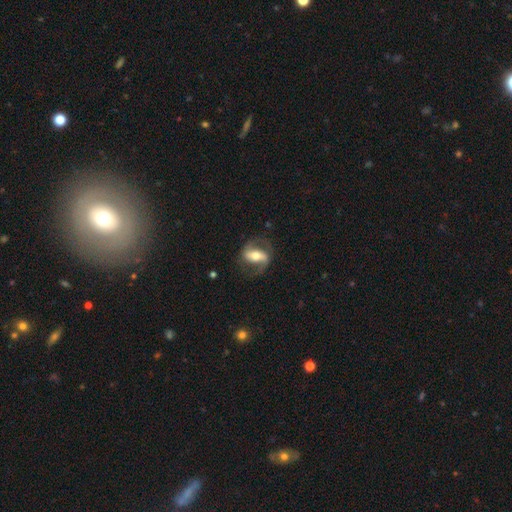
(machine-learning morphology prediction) A featured or disk galaxy (72%) with a strong bar (59%), 2 (86%) medium (45%) spiral arms (82%) and a moderate central bulge (65%). Merging: none (70%).